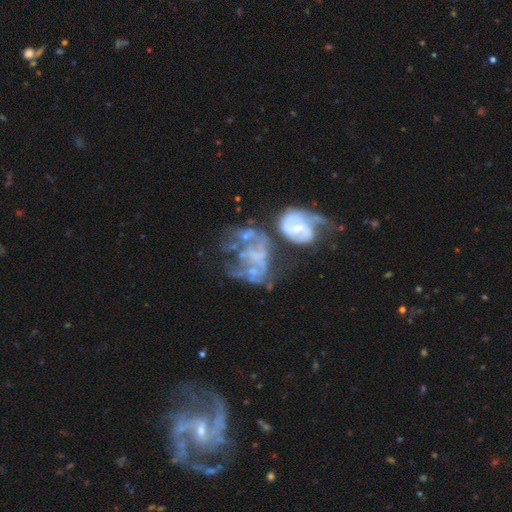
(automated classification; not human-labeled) A featured or disk galaxy (71%) with no bar (76%), no spiral arms (62%) and no central bulge (60%).

Vote fractions:
- Smooth or featured? featured or disk: 71% / smooth: 16% / star or artifact: 13%
- Edge-on disk? no: 98% / yes: 2%
- Bar? no: 76% / weak: 17% / strong: 7%
- Spiral arms? no: 62% / yes: 38%
- Bulge size? none: 60% / small: 21% / moderate: 14% / large: 3% / dominant: 2%
- Merging? merger: 53% / major disturbance: 27% / none: 12% / minor disturbance: 8%